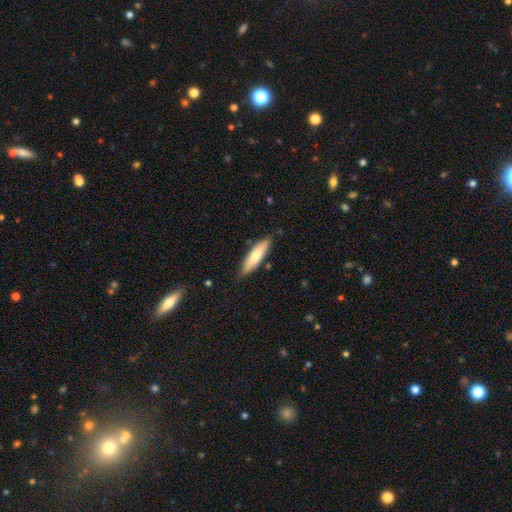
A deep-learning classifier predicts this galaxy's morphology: This appears to be a smooth galaxy with no disk features (67%) that is cigar-shaped (66%). Merging: none (80%).